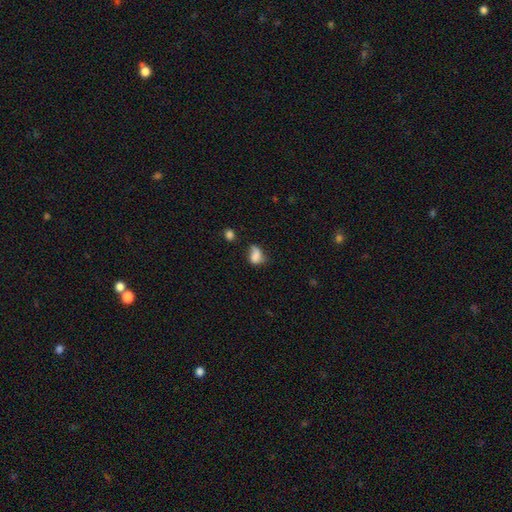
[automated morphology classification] smooth_or_featured: smooth (p=0.73) [alt: featured or disk p=0.16]
how_rounded: in between (p=0.76) [alt: round p=0.22]
merging: none (p=0.33) [tied with: minor disturbance p=0.33]